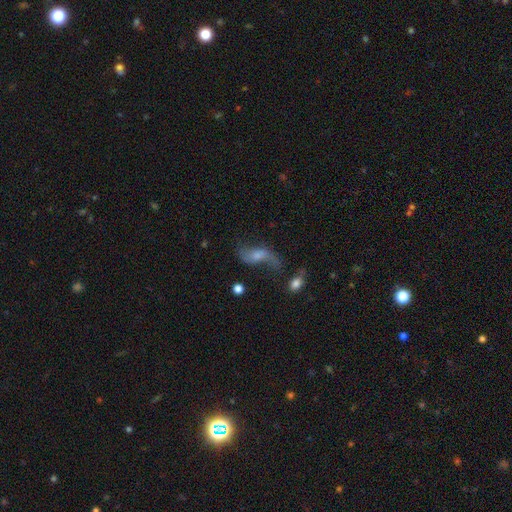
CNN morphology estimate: smooth-or-featured: featured or disk: 70% | smooth: 19% | star or artifact: 11%
  disk-edge-on: no: 91% | yes: 9%
    bar: no: 52% | weak: 37% | strong: 11%
    has-spiral-arms: yes: 88% | no: 12%
      spiral-winding: loose: 88% | medium: 9% | tight: 3%
      spiral-arm-count: 2: 85% | 1: 8% | can't tell: 4% | 3: 1% | 4: 1% | more than 4: 1%
    bulge-size: small: 43% | moderate: 37% | none: 13% | large: 6% | dominant: 2%
  merging: none: 49% | major disturbance: 21% | minor disturbance: 19% | merger: 10%